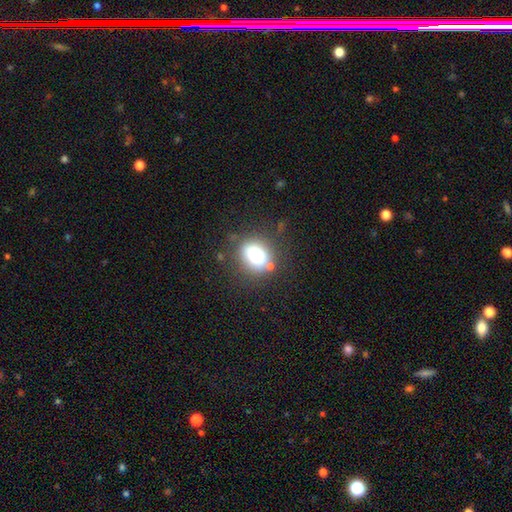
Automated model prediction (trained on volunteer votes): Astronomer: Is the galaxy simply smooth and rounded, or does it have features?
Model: smooth — 76%.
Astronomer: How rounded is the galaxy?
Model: round — 60% (runner-up: in between, 39%).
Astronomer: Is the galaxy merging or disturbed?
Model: none — 73%.